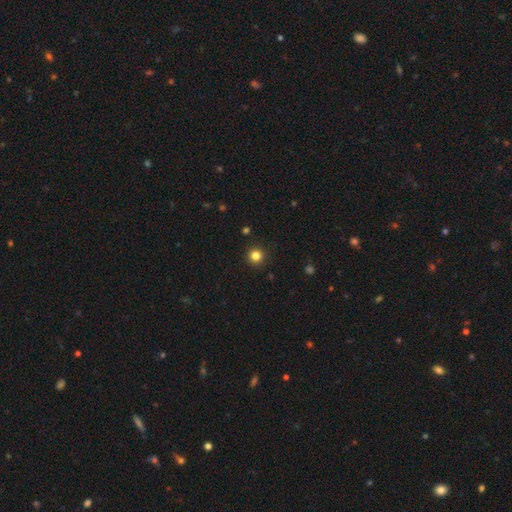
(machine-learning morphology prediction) Smooth or featured? Predicted: smooth (p=0.82). How rounded? Predicted: round (p=0.95). Merging? Predicted: none (p=0.93).